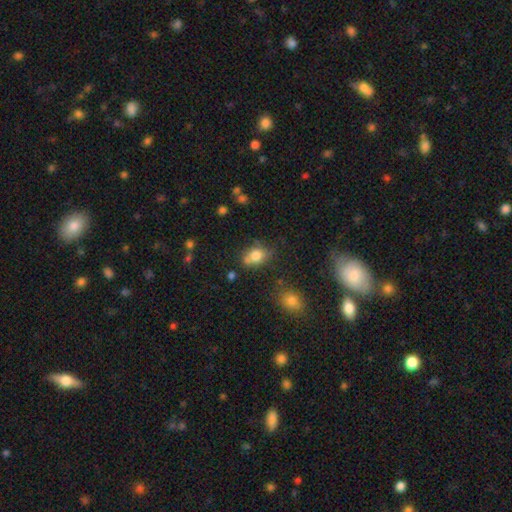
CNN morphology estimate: Q: Smooth or featured?
A: smooth (77%); runner-up: featured or disk (12%)
Q: How rounded?
A: in between (63%); runner-up: round (35%)
Q: Merging?
A: none (56%); runner-up: minor disturbance (22%)